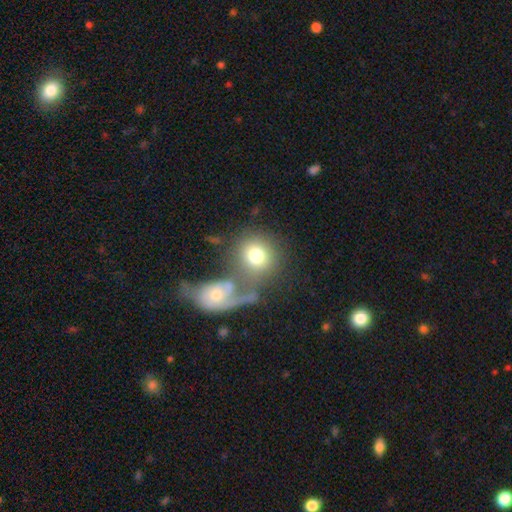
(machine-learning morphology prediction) smooth-or-featured: smooth: 68% | featured or disk: 23% | star or artifact: 9%
  how-rounded: round: 79% | in between: 20% | cigar-shaped: 1%
  merging: merger: 44% | none: 35% | major disturbance: 11% | minor disturbance: 10%